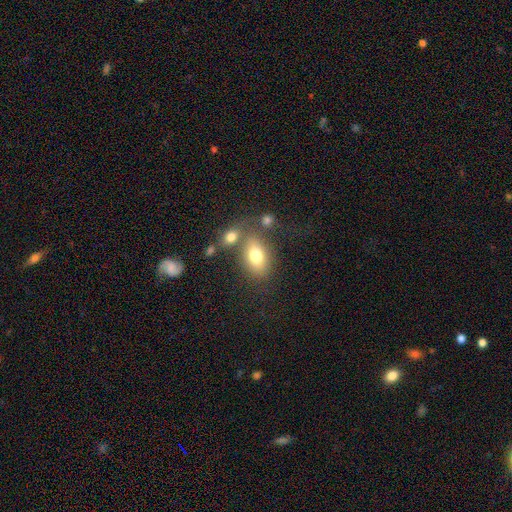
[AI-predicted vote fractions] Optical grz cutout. It shows a smooth galaxy with no disk features (76%) that is in between round and cigar-shaped (85%). Merging: none (57%).